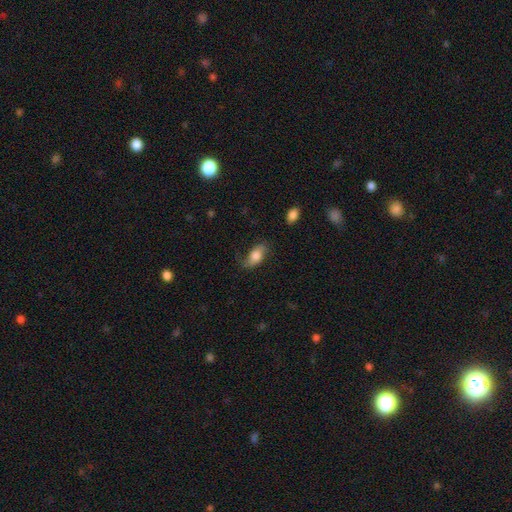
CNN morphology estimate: A smooth galaxy with no disk features (68%) that is in between round and cigar-shaped (87%).

Vote fractions:
- Smooth or featured? smooth: 68% / featured or disk: 25% / star or artifact: 7%
- How rounded? in between: 87% / cigar-shaped: 7% / round: 5%
- Merging? none: 59% / minor disturbance: 27% / major disturbance: 12% / merger: 2%